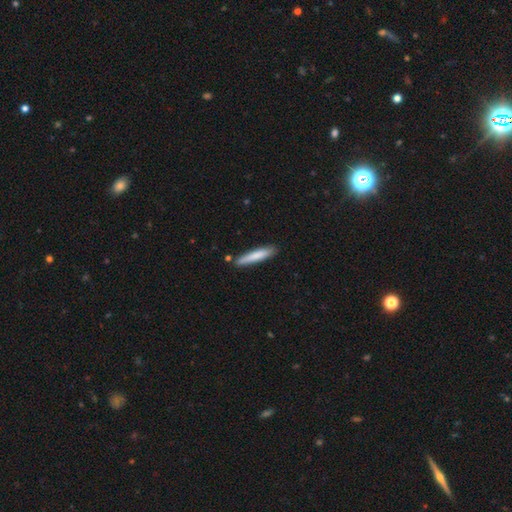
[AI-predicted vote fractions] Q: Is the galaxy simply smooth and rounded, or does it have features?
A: smooth — 77%.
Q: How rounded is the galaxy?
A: cigar-shaped — 91%.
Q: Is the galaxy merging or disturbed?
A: none — 83%.